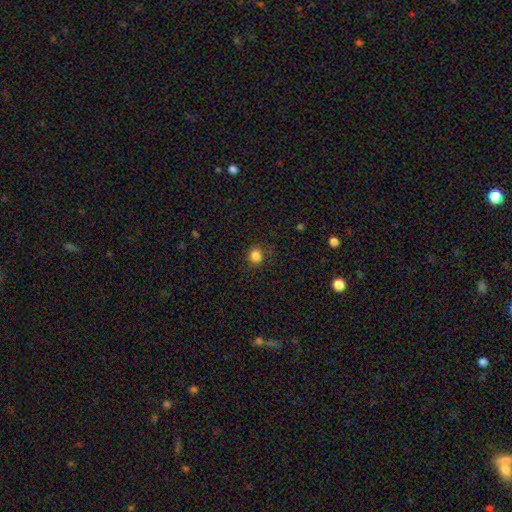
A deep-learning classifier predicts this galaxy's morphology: A smooth galaxy with no disk features (84%) that is round (84%). Merging: none (88%).